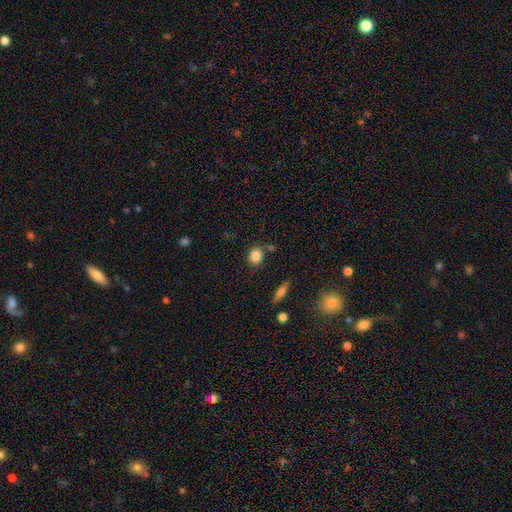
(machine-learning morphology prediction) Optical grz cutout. It shows a smooth galaxy with no disk features (84%) that is round (61%). Merging: none (75%).